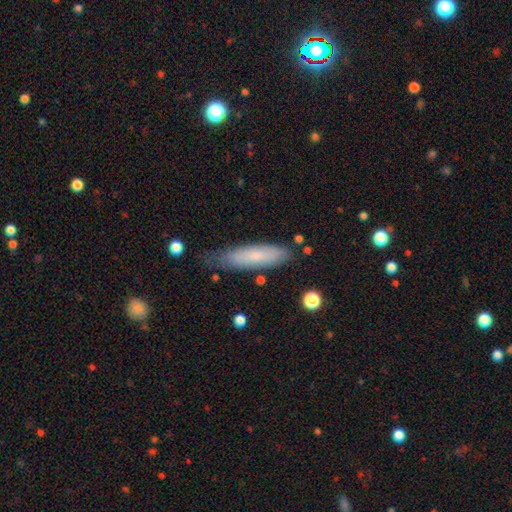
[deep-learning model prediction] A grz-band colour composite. It shows a smooth galaxy with no disk features (73%) that is cigar-shaped (73%). Merging: none (70%).